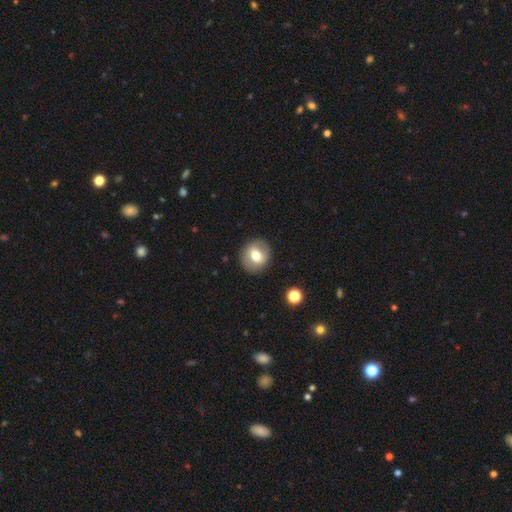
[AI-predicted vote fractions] A smooth galaxy with no disk features (65%) that is round (79%).

Vote fractions:
- Smooth or featured? smooth: 65% / featured or disk: 27% / star or artifact: 8%
- How rounded? round: 79% / in between: 20% / cigar-shaped: 1%
- Merging? none: 88% / minor disturbance: 8% / major disturbance: 3% / merger: 1%